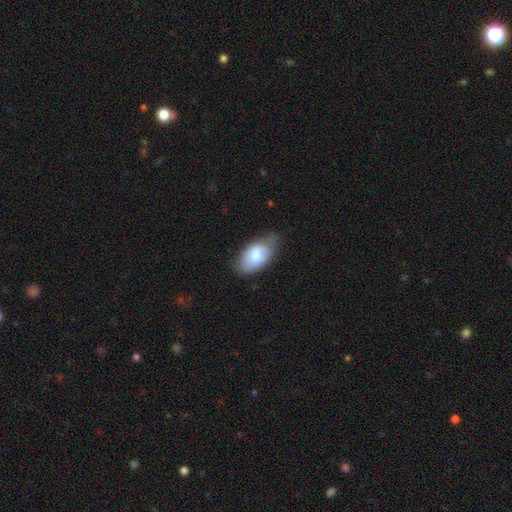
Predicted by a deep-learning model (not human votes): smooth_or_featured: smooth (p=0.74) [alt: featured or disk p=0.19]
how_rounded: in between (p=0.94) [alt: round p=0.04]
merging: none (p=0.61) [alt: minor disturbance p=0.31]